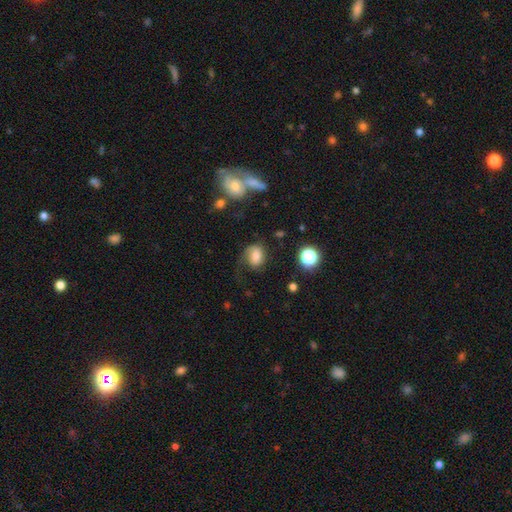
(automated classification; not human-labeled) Smooth or featured: smooth — 66% (featured or disk — 22%)
How rounded: in between — 58% (round — 41%)
Merging: none — 50% (minor disturbance — 24%)